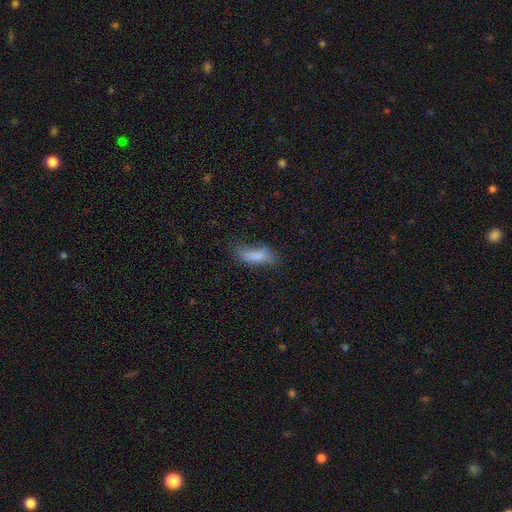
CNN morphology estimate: A smooth galaxy with no disk features (80%) that is in between round and cigar-shaped (71%). Merging: none (53%).